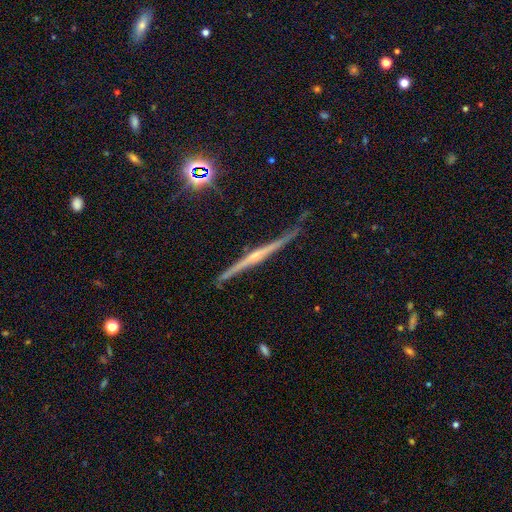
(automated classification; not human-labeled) This appears to be a featured or disk galaxy (80%) viewed edge-on (98%) with a rounded central bulge (64%). Merging: none (79%).